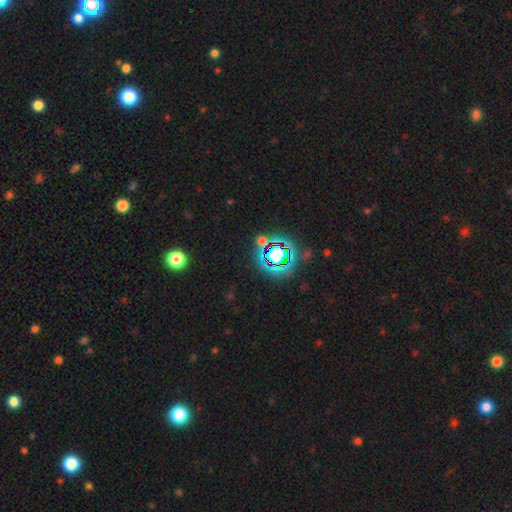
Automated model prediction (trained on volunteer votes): A star or artifact, not a galaxy (74%).

Vote fractions:
- Smooth or featured? star or artifact: 74% / smooth: 17% / featured or disk: 10%